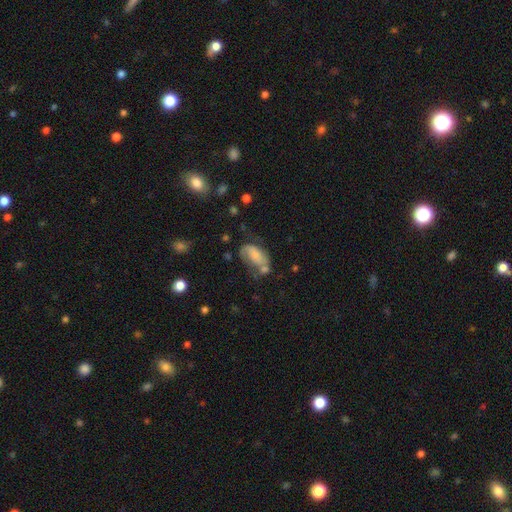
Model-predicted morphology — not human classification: Smooth or featured?
  - smooth: 52% *
  - featured or disk: 39%
  - star or artifact: 9%
How rounded?
  - in between: 89% *
  - round: 6%
  - cigar-shaped: 5%
Merging?
  - none: 35% *
  - minor disturbance: 27%
  - major disturbance: 23%
  - merger: 14%